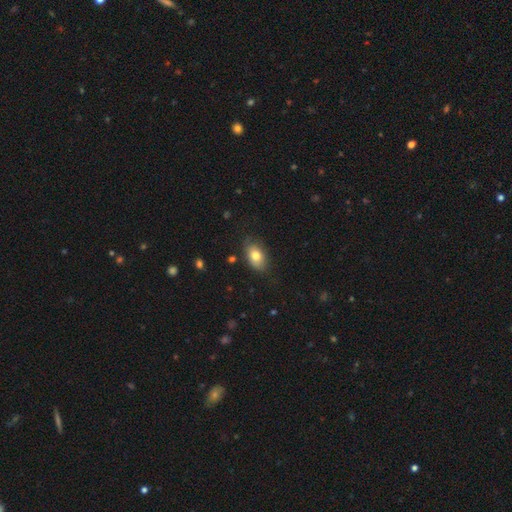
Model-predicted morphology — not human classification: smooth-or-featured: smooth: 76% | featured or disk: 16% | star or artifact: 8%
  how-rounded: in between: 87% | round: 11% | cigar-shaped: 2%
  merging: none: 76% | minor disturbance: 18% | major disturbance: 4% | merger: 1%